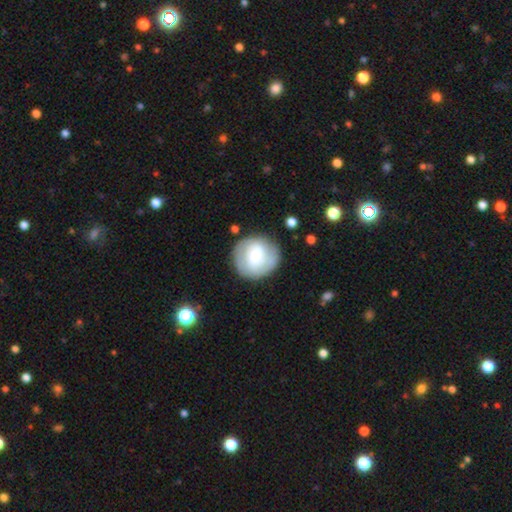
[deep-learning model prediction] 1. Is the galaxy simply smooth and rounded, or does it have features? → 56% featured or disk, 38% smooth, 6% star or artifact.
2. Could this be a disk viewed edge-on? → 97% no, 3% yes.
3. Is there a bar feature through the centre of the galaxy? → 60% no, 33% weak, 7% strong.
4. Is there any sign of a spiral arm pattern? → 73% yes, 27% no.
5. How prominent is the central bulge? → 49% moderate, 43% small, 6% large, 1% none, 1% dominant.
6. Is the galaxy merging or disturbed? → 78% none, 14% minor disturbance, 5% major disturbance, 2% merger.